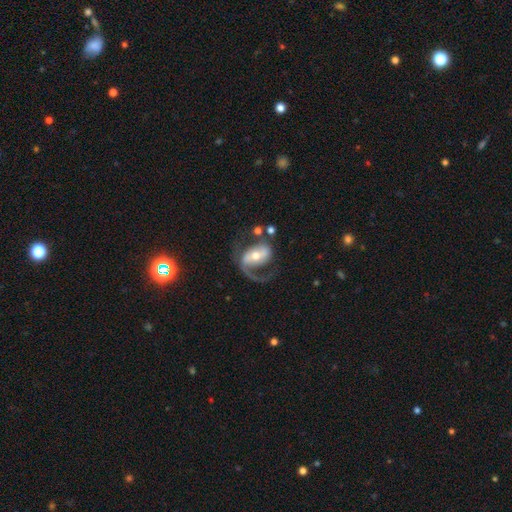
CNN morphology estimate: smooth_or_featured: featured or disk (p=0.79) [alt: smooth p=0.15]
disk_edge_on: no (p=0.96) [alt: yes p=0.04]
bar: strong (p=0.36) [alt: weak p=0.35]
has_spiral_arms: yes (p=0.90) [alt: no p=0.10]
spiral_winding: loose (p=0.46) [alt: medium p=0.41]
spiral_arm_count: 2 (p=0.53) [alt: 1 p=0.42]
bulge_size: moderate (p=0.64) [alt: small p=0.26]
merging: none (p=0.46) [alt: major disturbance p=0.30]